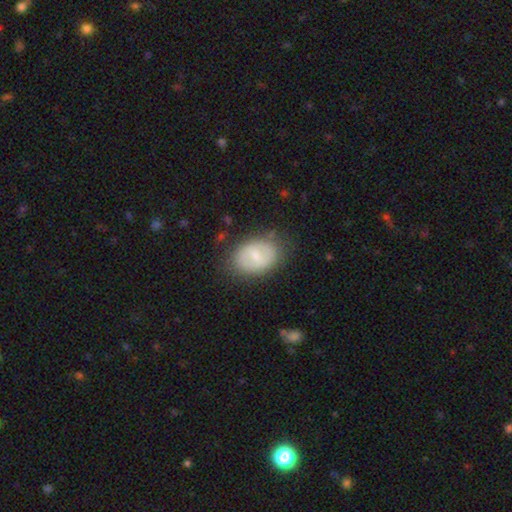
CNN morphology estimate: Overall: smooth (52%; featured or disk 41%). How rounded: in between (75%). Merging: none (78%).